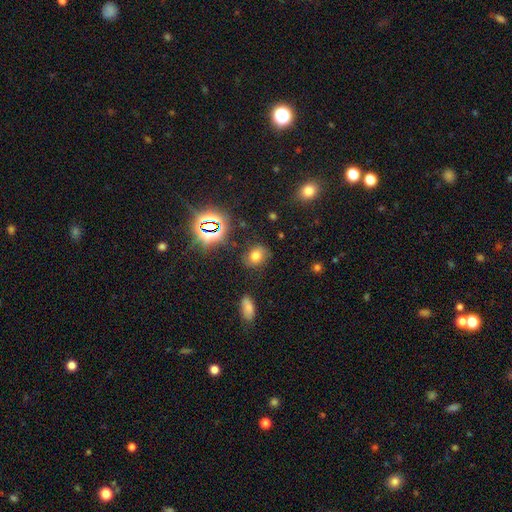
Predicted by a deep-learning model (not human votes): This is likely a smooth galaxy (64%). How rounded: possibly in between (56%). Merging: likely none (79%).